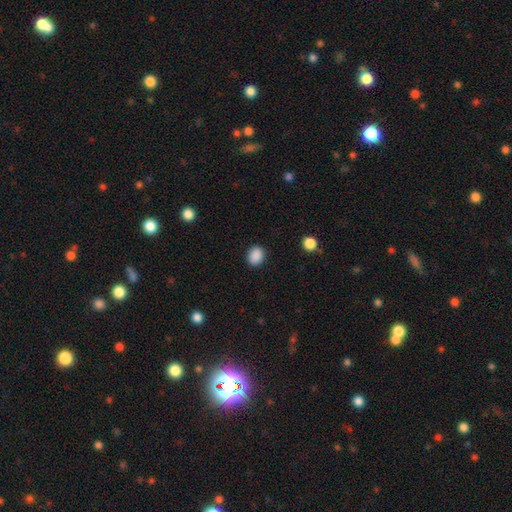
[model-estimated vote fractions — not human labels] The model was most divided on "how rounded": round: 50%, in between: 49%, cigar-shaped: 1%. More confident: merging — none (89%); smooth or featured — smooth (89%).